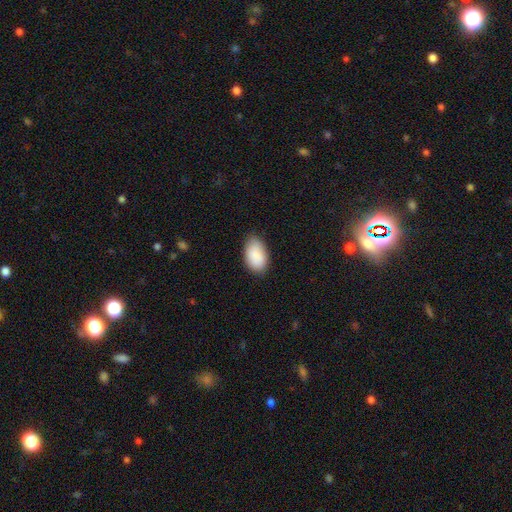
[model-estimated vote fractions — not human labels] Morphology: type=smooth (89%); roundness=in between (94%); merging=none (80%).